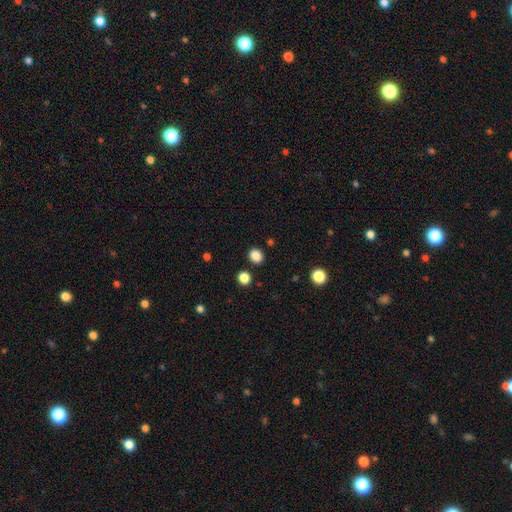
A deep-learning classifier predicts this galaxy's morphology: Smooth or featured?
  - smooth: 85% *
  - star or artifact: 12%
  - featured or disk: 3%
How rounded?
  - round: 71% *
  - in between: 28%
  - cigar-shaped: 1%
Merging?
  - none: 89% *
  - minor disturbance: 6%
  - merger: 3%
  - major disturbance: 2%